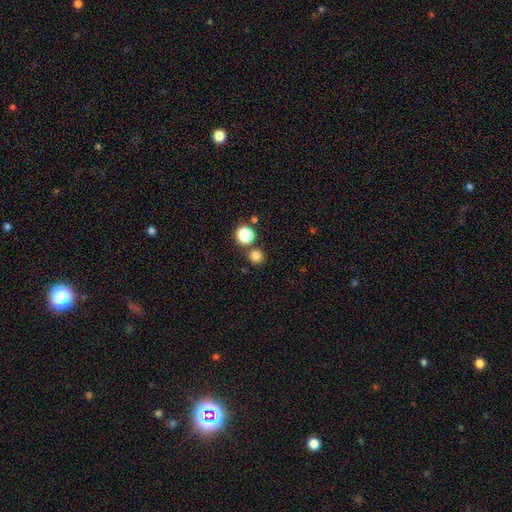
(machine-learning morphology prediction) smooth_or_featured: smooth (p=0.79) [alt: star or artifact p=0.16]
how_rounded: round (p=0.94) [alt: in between p=0.05]
merging: none (p=0.79) [alt: merger p=0.12]